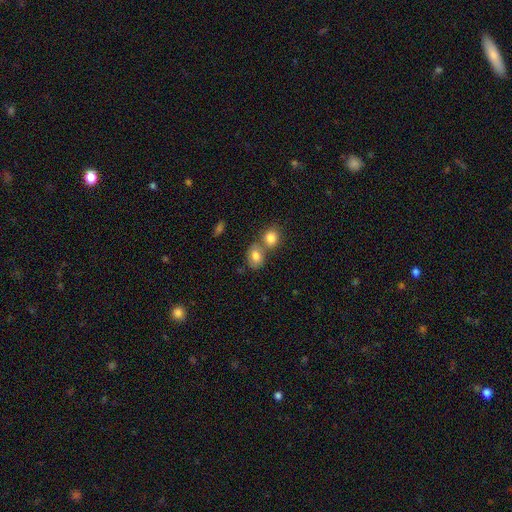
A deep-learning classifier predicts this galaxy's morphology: smooth 79%, featured or disk 11%, star or artifact 9%. Down the decision tree: how rounded — in between (62%); merging — none (44%).